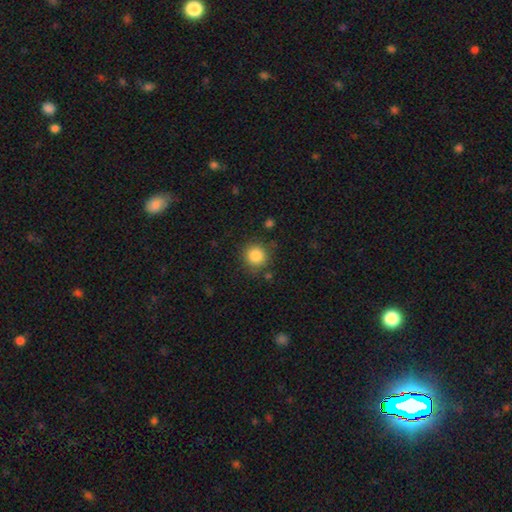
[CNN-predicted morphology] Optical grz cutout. It shows a smooth galaxy with no disk features (86%) that is round (93%). Merging: none (85%).